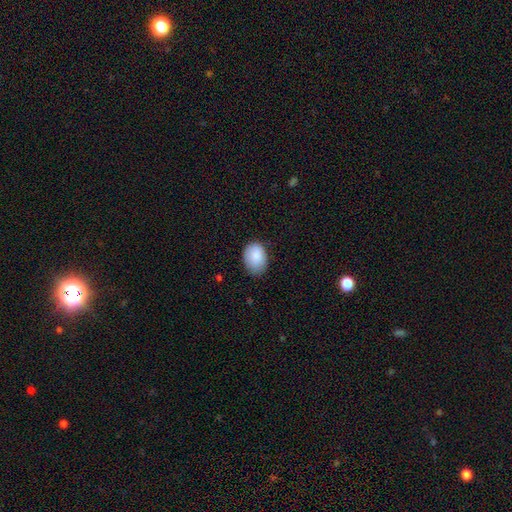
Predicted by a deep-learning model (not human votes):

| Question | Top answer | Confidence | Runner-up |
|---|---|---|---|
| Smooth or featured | smooth | 87% | star or artifact (7%) |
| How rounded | in between | 77% | round (22%) |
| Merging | none | 72% | minor disturbance (23%) |